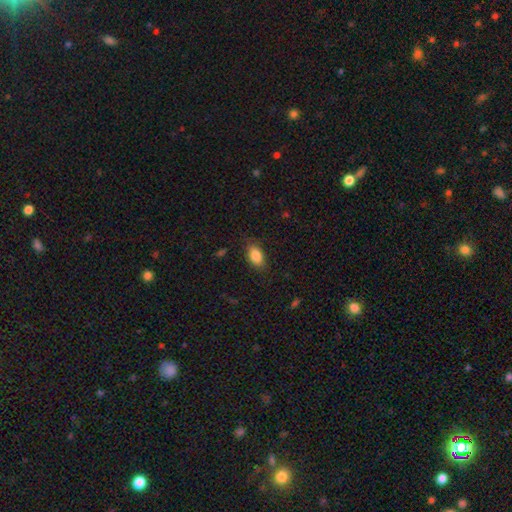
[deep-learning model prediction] Overall: smooth (86%). How rounded: in between (90%). Merging: none (82%).